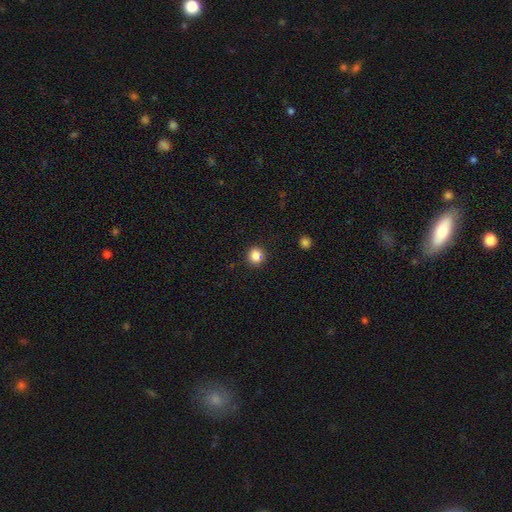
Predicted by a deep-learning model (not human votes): Smooth or featured?
  - smooth: 83% *
  - star or artifact: 12%
  - featured or disk: 6%
How rounded?
  - round: 86% *
  - in between: 13%
  - cigar-shaped: 1%
Merging?
  - none: 81% *
  - minor disturbance: 9%
  - merger: 7%
  - major disturbance: 3%